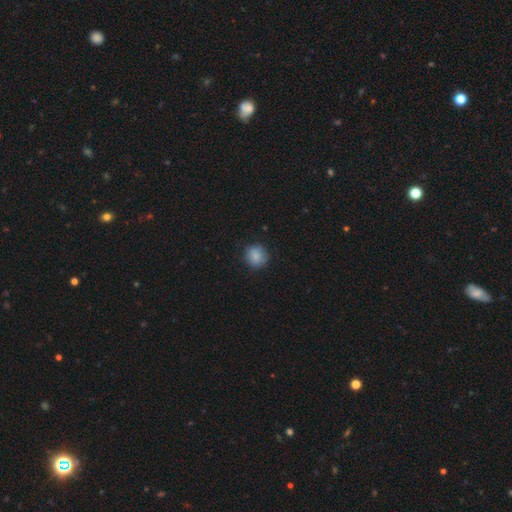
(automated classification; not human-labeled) Q: Smooth or featured?
A: smooth (86%); runner-up: star or artifact (9%)
Q: How rounded?
A: round (89%); runner-up: in between (10%)
Q: Merging?
A: none (85%); runner-up: minor disturbance (11%)